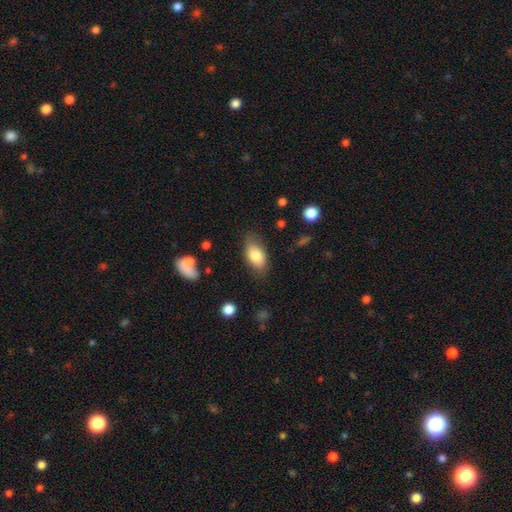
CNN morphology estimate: Smooth or featured: smooth — 79% (featured or disk — 15%)
How rounded: in between — 91% (round — 5%)
Merging: none — 74% (minor disturbance — 19%)